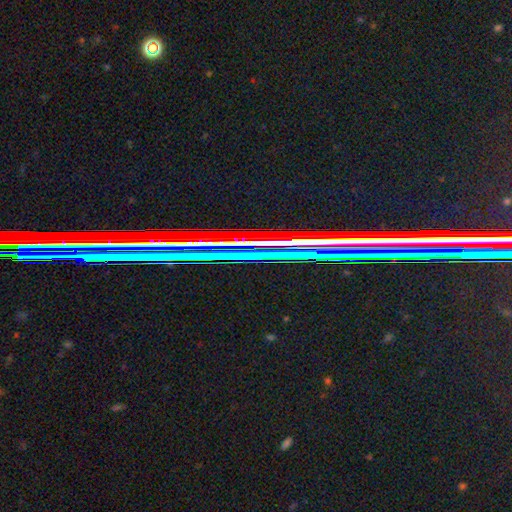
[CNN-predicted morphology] Smooth or featured? star or artifact (84%)